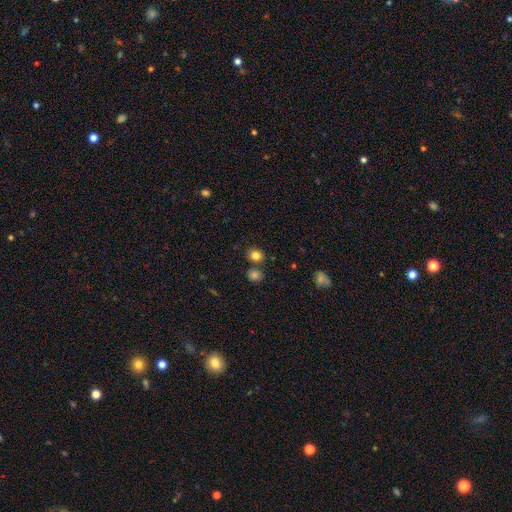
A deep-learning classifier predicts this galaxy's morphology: Q: Smooth or featured?
A: smooth (83%); runner-up: star or artifact (12%)
Q: How rounded?
A: round (75%); runner-up: in between (24%)
Q: Merging?
A: none (74%); runner-up: merger (14%)